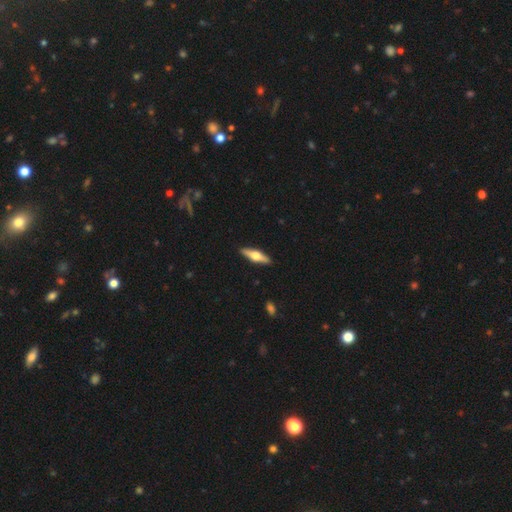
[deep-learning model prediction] A featured or disk galaxy (60%) viewed edge-on (95%) with a rounded central bulge (95%). Merging: none (91%).